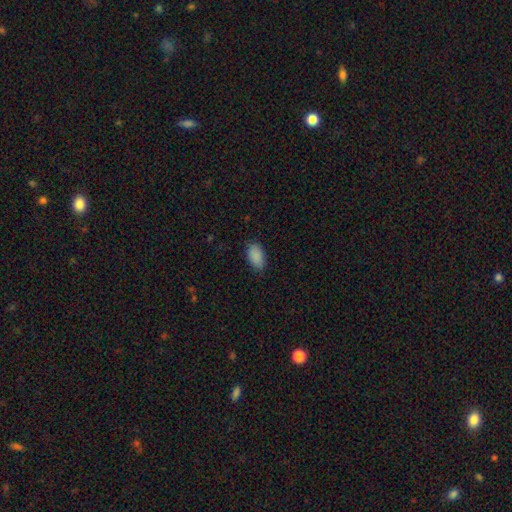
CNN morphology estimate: This is clearly a smooth galaxy (90%). How rounded: clearly in between (94%). Merging: clearly none (83%).